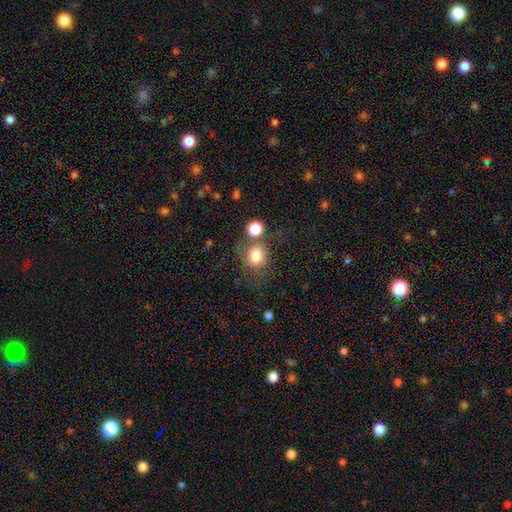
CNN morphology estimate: Smooth or featured?
  - smooth: 79% *
  - star or artifact: 11%
  - featured or disk: 10%
How rounded?
  - round: 73% *
  - in between: 26%
  - cigar-shaped: 1%
Merging?
  - none: 57% *
  - merger: 19%
  - minor disturbance: 15%
  - major disturbance: 9%